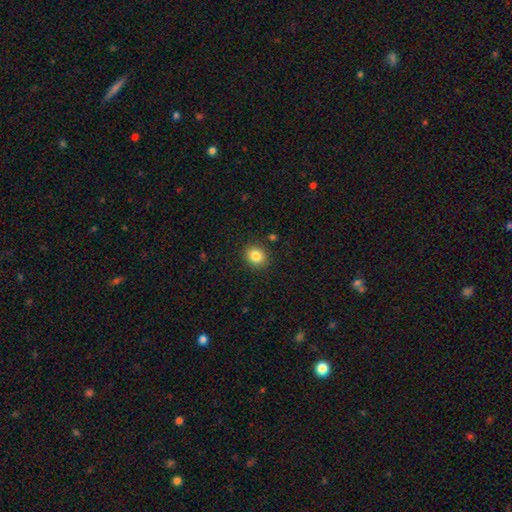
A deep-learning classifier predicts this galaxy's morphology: type=smooth (84%); roundness=round (70%); merging=none (89%).